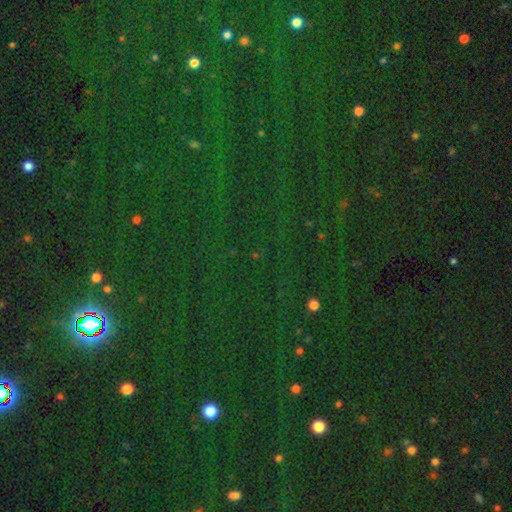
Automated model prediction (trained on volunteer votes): Q: Smooth or featured?
A: star or artifact (77%); runner-up: smooth (15%)